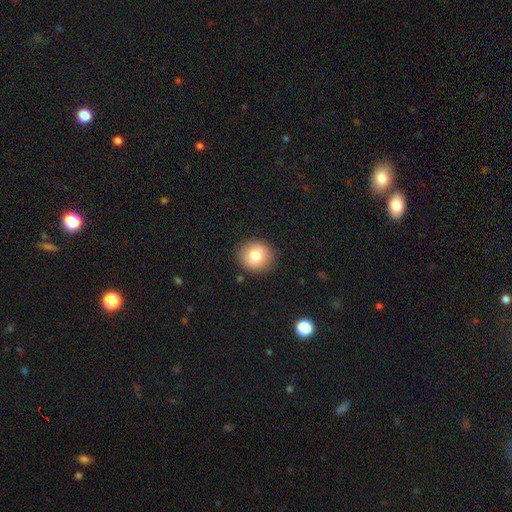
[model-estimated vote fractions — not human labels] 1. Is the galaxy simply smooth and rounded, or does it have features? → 79% smooth, 12% featured or disk, 10% star or artifact.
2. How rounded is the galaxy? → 88% round, 11% in between, 1% cigar-shaped.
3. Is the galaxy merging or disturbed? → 89% none, 7% minor disturbance, 2% major disturbance, 1% merger.